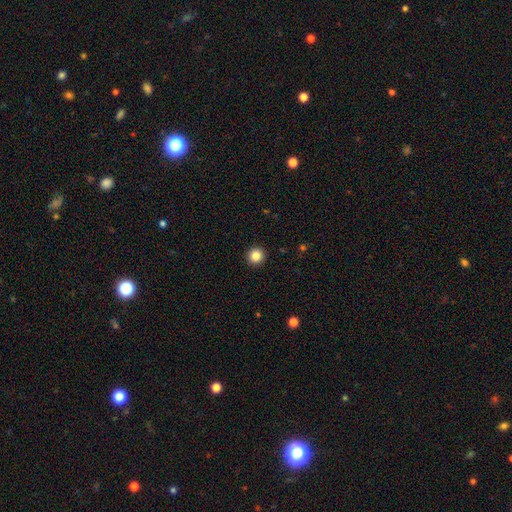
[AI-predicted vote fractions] Smooth or featured? smooth (85%)
How rounded? round (95%)
Merging? none (93%)